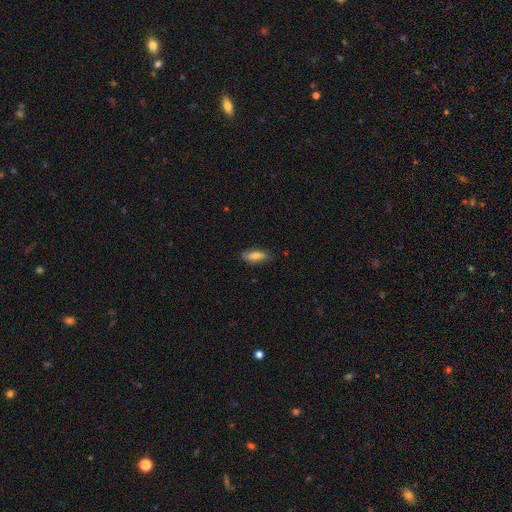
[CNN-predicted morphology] smooth_or_featured: smooth (p=0.71) [alt: featured or disk p=0.22]
how_rounded: in between (p=0.64) [alt: cigar-shaped p=0.34]
merging: none (p=0.78) [alt: minor disturbance p=0.17]